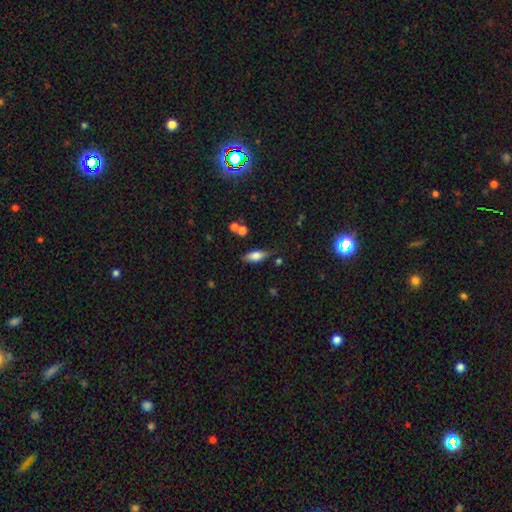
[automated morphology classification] smooth_or_featured: smooth (p=0.68) [alt: featured or disk p=0.24]
how_rounded: in between (p=0.72) [alt: cigar-shaped p=0.25]
merging: none (p=0.72) [alt: minor disturbance p=0.18]